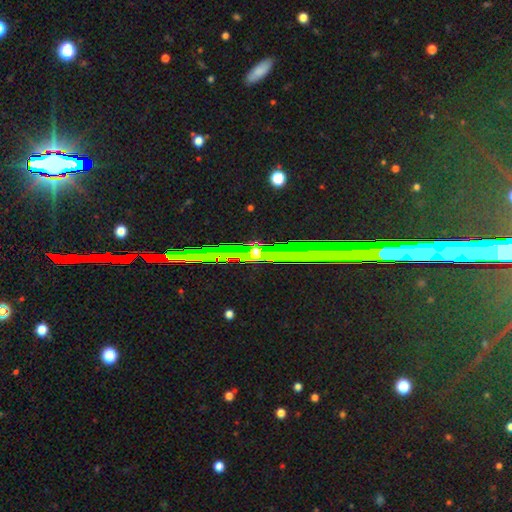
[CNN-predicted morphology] Overall: star or artifact (79%).